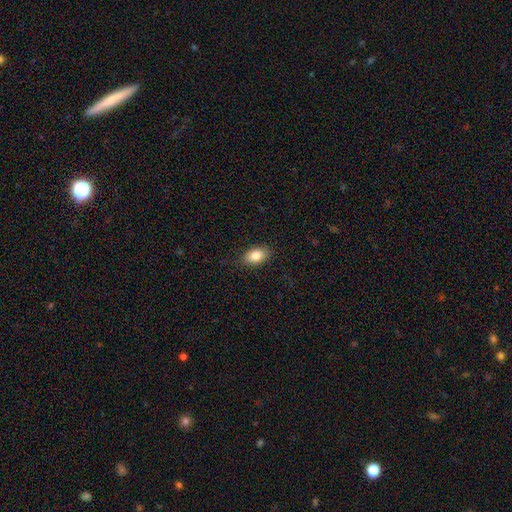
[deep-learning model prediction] This appears to be a smooth galaxy with no disk features (84%) that is in between round and cigar-shaped (89%). Merging: none (86%).